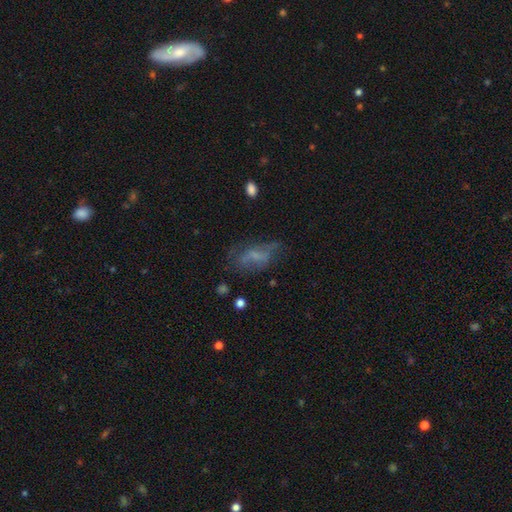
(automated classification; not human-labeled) smooth_or_featured: smooth (p=0.45) [alt: featured or disk p=0.41]
merging: none (p=0.44) [alt: major disturbance p=0.26]